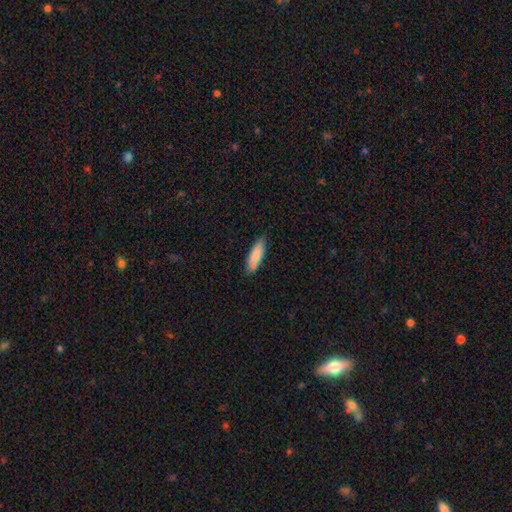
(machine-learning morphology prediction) smooth_or_featured: smooth (p=0.82) [alt: featured or disk p=0.11]
how_rounded: in between (p=0.52) [alt: cigar-shaped p=0.46]
merging: none (p=0.73) [alt: minor disturbance p=0.18]